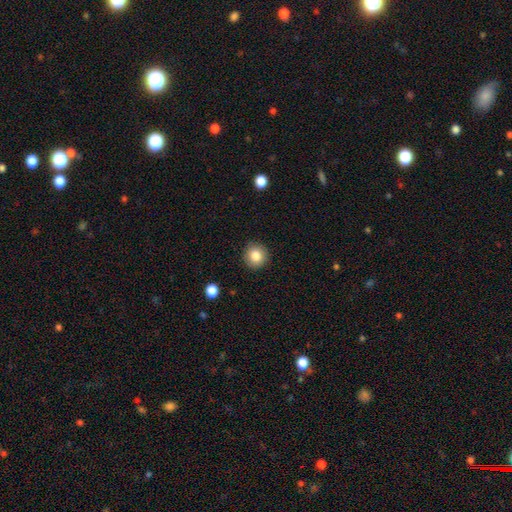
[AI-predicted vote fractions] Smooth or featured? Predicted: smooth (p=0.84). How rounded? Predicted: round (p=0.90). Merging? Predicted: none (p=0.90).